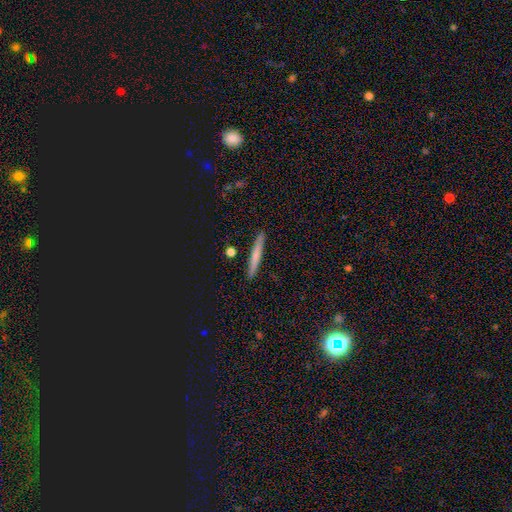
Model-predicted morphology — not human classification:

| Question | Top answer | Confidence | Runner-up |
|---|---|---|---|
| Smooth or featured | smooth | 63% | featured or disk (30%) |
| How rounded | cigar-shaped | 96% | in between (3%) |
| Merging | none | 90% | minor disturbance (7%) |